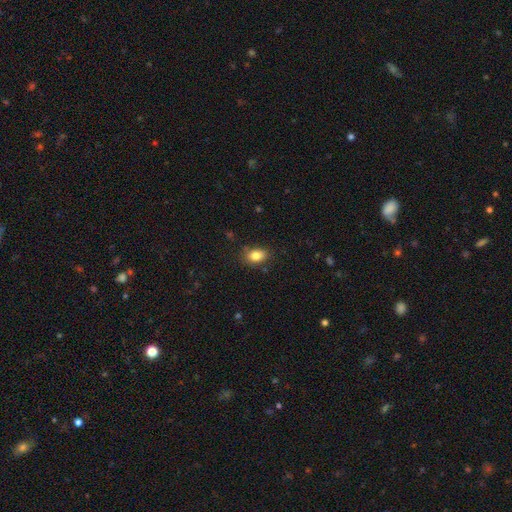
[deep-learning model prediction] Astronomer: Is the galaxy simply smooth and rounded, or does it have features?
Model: smooth — 84%.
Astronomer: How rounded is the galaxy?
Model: in between — 78%.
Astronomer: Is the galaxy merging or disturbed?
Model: none — 81%.